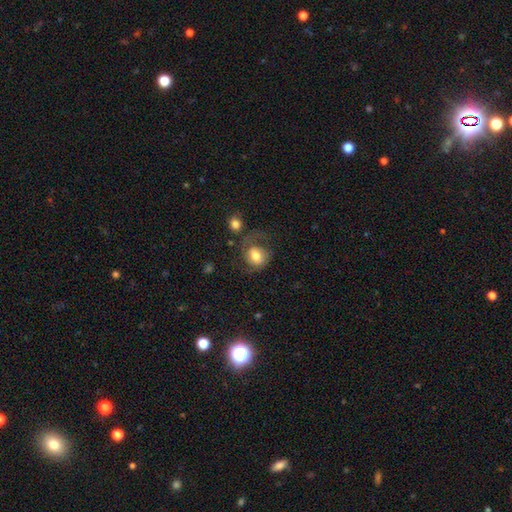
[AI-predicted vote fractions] The model was most divided on "merging": none: 43%, major disturbance: 28%, minor disturbance: 22%, merger: 6%. More confident: how rounded — round (65%); smooth or featured — smooth (63%).